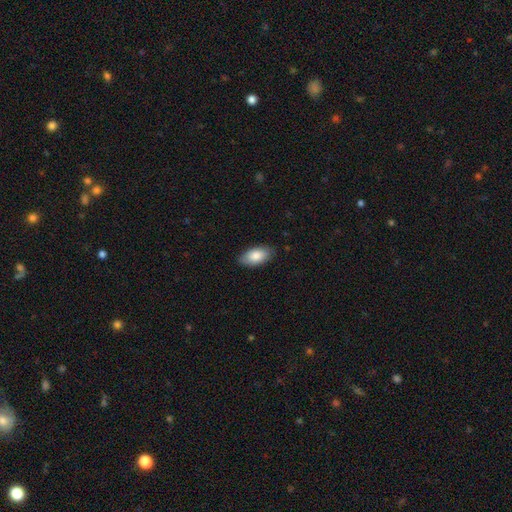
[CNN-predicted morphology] Smooth or featured: smooth — 84% (featured or disk — 10%)
How rounded: in between — 94% (cigar-shaped — 3%)
Merging: none — 86% (minor disturbance — 11%)